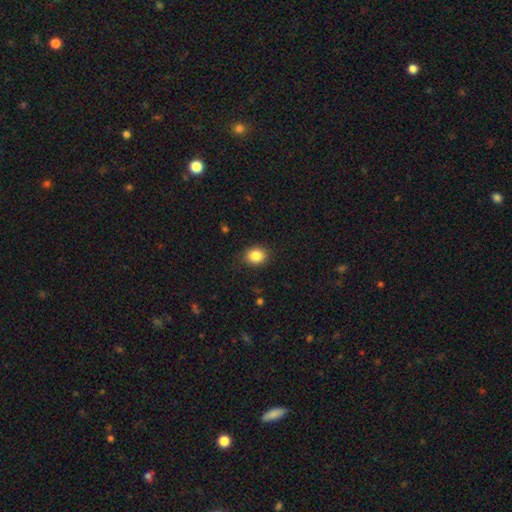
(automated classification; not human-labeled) This appears to be a smooth galaxy with no disk features (85%) that is round (59%). Merging: none (87%).